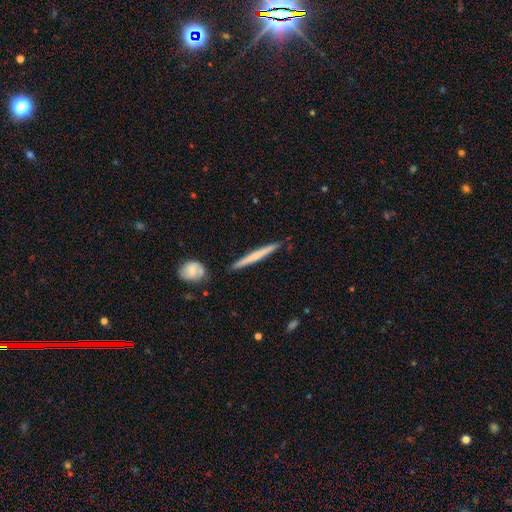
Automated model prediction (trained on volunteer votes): This appears to be a smooth galaxy with no disk features (50%) that is cigar-shaped (97%). Merging: none (89%).